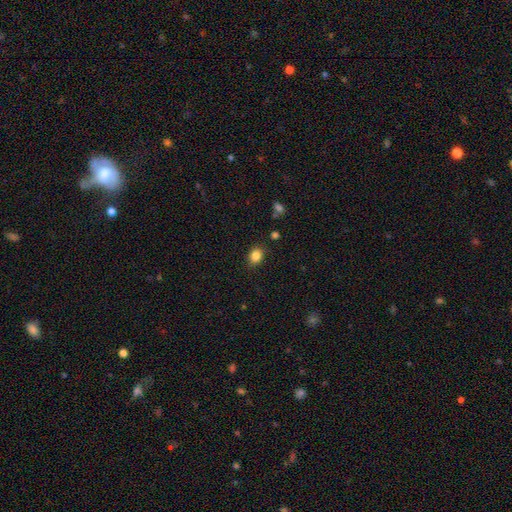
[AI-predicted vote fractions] smooth_or_featured: smooth (p=0.84) [alt: star or artifact p=0.10]
how_rounded: in between (p=0.51) [alt: round p=0.48]
merging: none (p=0.85) [alt: minor disturbance p=0.11]